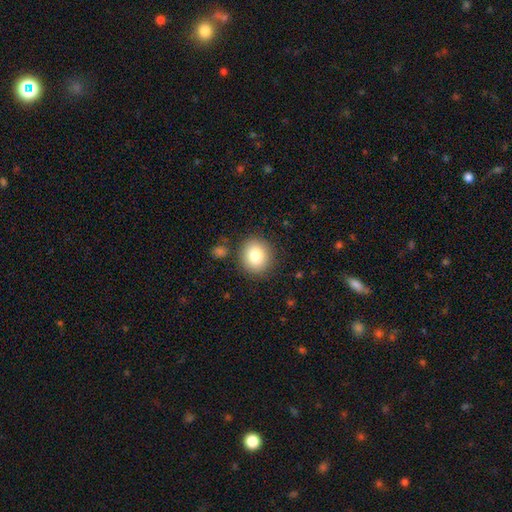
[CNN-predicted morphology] type=smooth (82%); roundness=round (80%); merging=none (86%).